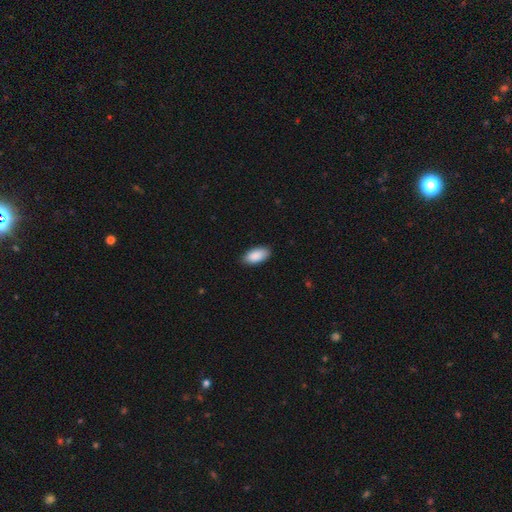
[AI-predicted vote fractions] A smooth galaxy with no disk features (91%) that is in between round and cigar-shaped (94%).

Vote fractions:
- Smooth or featured? smooth: 91% / star or artifact: 6% / featured or disk: 4%
- How rounded? in between: 94% / cigar-shaped: 4% / round: 2%
- Merging? none: 87% / minor disturbance: 10% / major disturbance: 2% / merger: 1%